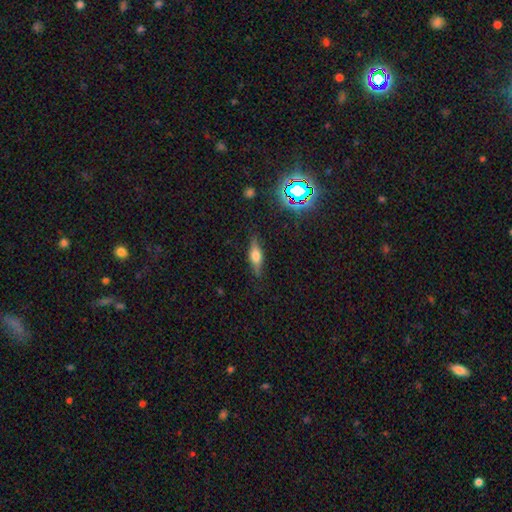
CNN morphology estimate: Overall: featured or disk (49%; smooth 40%). Merging: none (84%).